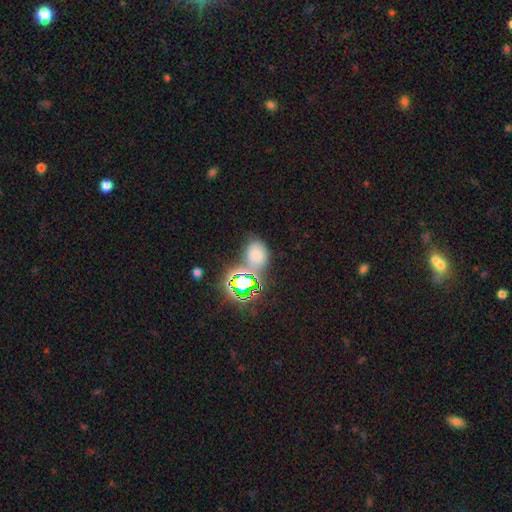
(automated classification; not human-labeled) This is possibly a smooth galaxy (57%). How rounded: likely in between (72%). Merging: possibly none (53%).